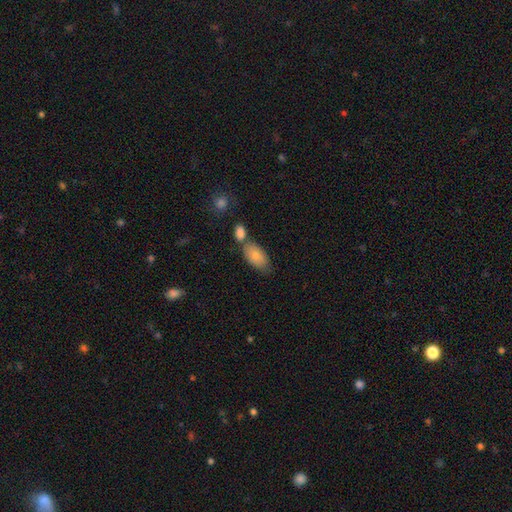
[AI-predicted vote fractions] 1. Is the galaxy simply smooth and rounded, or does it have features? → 81% smooth, 12% featured or disk, 6% star or artifact.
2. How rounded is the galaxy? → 93% in between, 4% round, 3% cigar-shaped.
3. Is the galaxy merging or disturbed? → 53% none, 26% merger, 17% minor disturbance, 5% major disturbance.